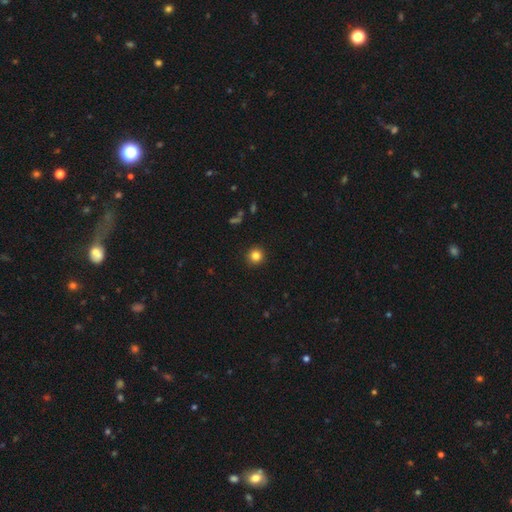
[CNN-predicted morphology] Q: Smooth or featured?
A: smooth (83%); runner-up: star or artifact (12%)
Q: How rounded?
A: round (94%); runner-up: in between (5%)
Q: Merging?
A: none (92%); runner-up: minor disturbance (5%)